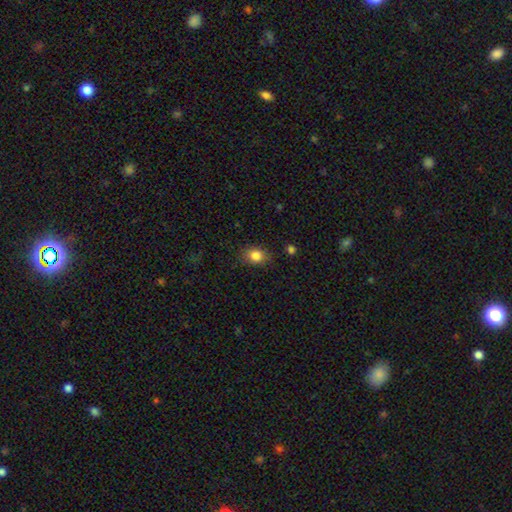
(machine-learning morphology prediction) Q: Smooth or featured?
A: smooth (83%); runner-up: star or artifact (10%)
Q: How rounded?
A: in between (55%); runner-up: round (44%)
Q: Merging?
A: none (81%); runner-up: minor disturbance (14%)